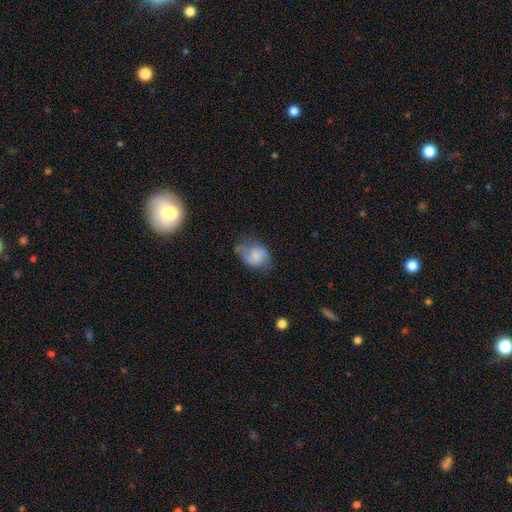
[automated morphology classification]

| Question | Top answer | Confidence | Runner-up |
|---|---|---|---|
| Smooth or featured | smooth | 64% | featured or disk (27%) |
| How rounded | in between | 63% | round (36%) |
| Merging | none | 41% | minor disturbance (35%) |